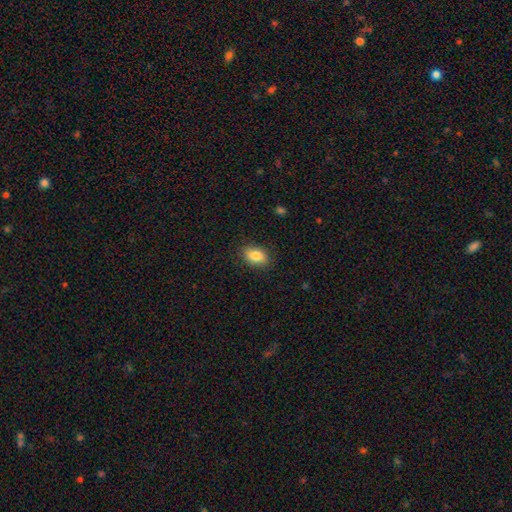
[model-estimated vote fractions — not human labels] Smooth or featured?
  - smooth: 84% *
  - featured or disk: 9%
  - star or artifact: 8%
How rounded?
  - in between: 83% *
  - round: 15%
  - cigar-shaped: 2%
Merging?
  - none: 87% *
  - minor disturbance: 10%
  - major disturbance: 2%
  - merger: 1%